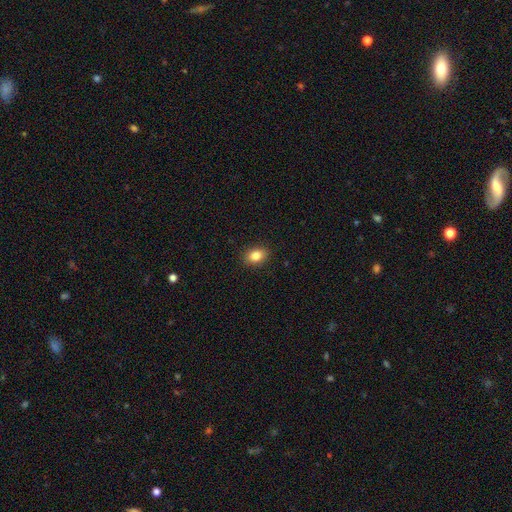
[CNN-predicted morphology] type=smooth (84%); roundness=in between (71%); merging=none (90%).